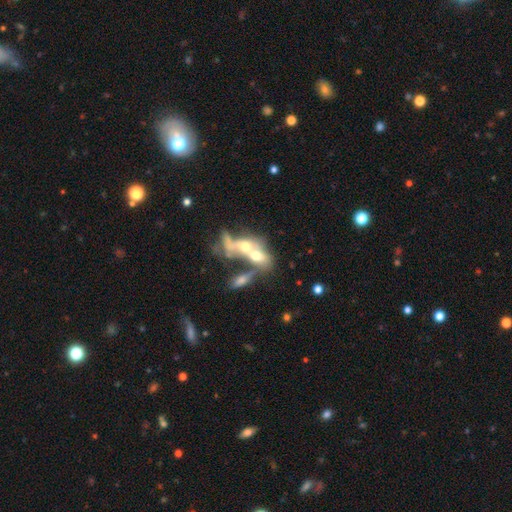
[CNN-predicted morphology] A featured or disk galaxy (48%). Merging: merger (74%).